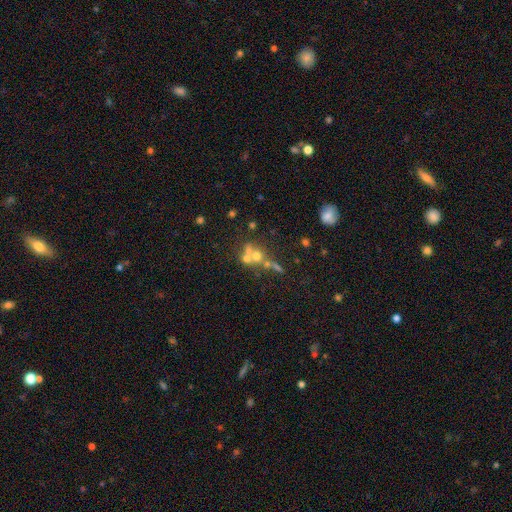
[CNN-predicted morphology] Smooth or featured?
  - smooth: 44% *
  - featured or disk: 34%
  - star or artifact: 22%
Merging?
  - merger: 50% *
  - none: 35%
  - minor disturbance: 8%
  - major disturbance: 7%